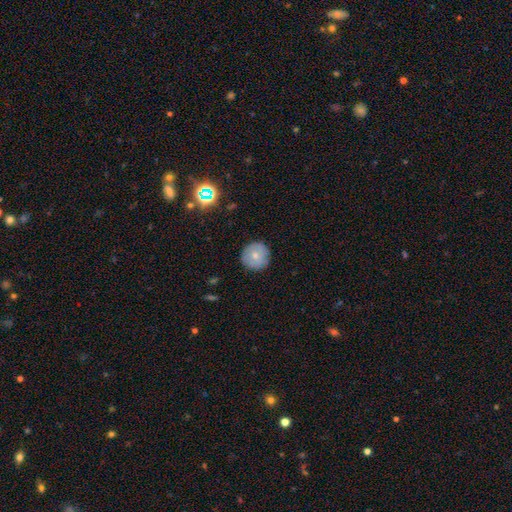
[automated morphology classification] Overall: smooth (71%). How rounded: round (95%). Merging: none (88%).